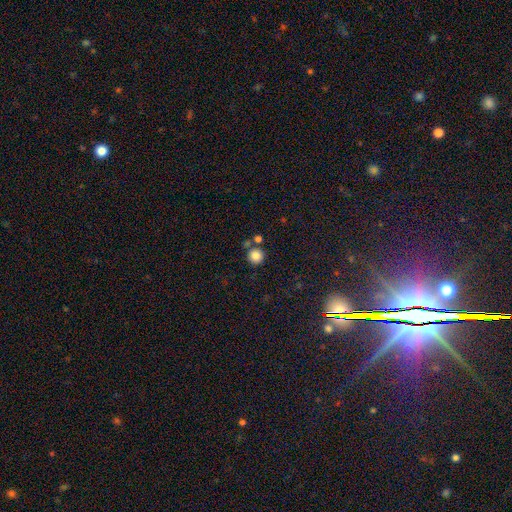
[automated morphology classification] This is clearly a smooth galaxy (84%). How rounded: clearly round (94%). Merging: likely none (76%).